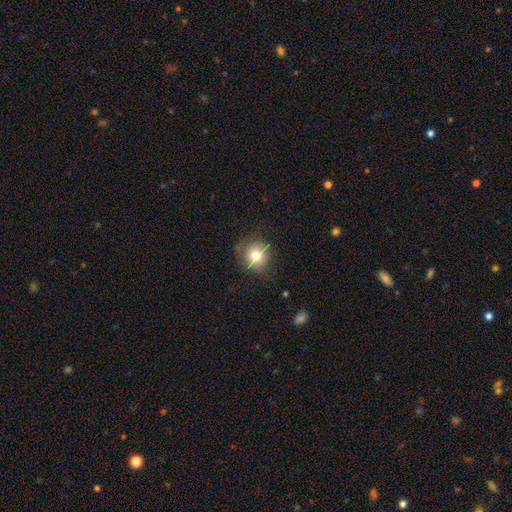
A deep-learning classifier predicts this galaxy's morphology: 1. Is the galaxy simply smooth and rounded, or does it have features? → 78% smooth, 12% featured or disk, 10% star or artifact.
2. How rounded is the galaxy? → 88% round, 11% in between, 1% cigar-shaped.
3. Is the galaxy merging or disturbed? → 73% none, 20% minor disturbance, 6% major disturbance, 1% merger.